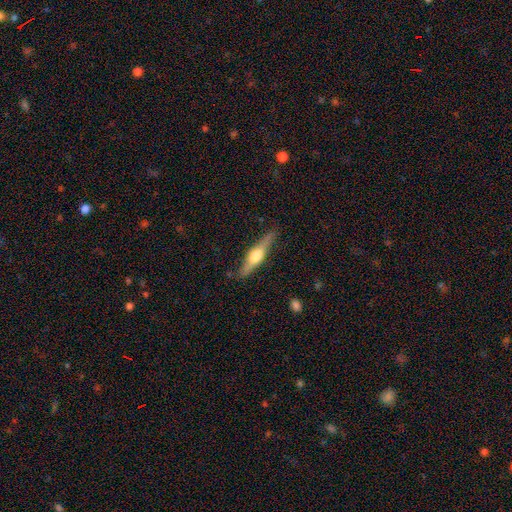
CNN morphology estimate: smooth-or-featured: featured or disk: 65% | smooth: 30% | star or artifact: 5%
  disk-edge-on: yes: 95% | no: 5%
    edge-on-bulge: rounded: 92% | boxy: 5% | none: 2%
  merging: none: 84% | minor disturbance: 12% | major disturbance: 2% | merger: 1%